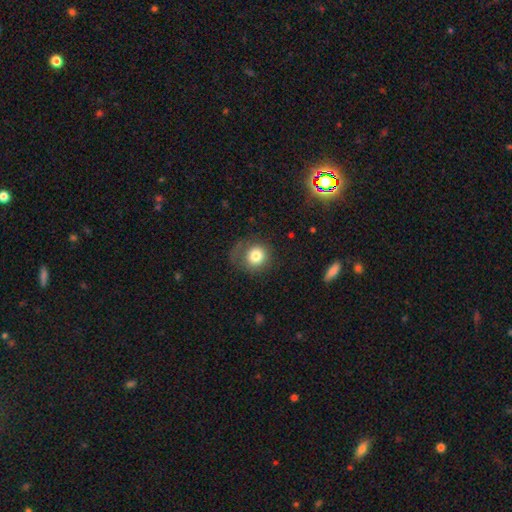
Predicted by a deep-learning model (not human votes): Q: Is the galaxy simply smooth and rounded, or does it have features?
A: smooth — 78%.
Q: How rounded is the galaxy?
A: round — 85%.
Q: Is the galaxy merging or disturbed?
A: none — 59%.